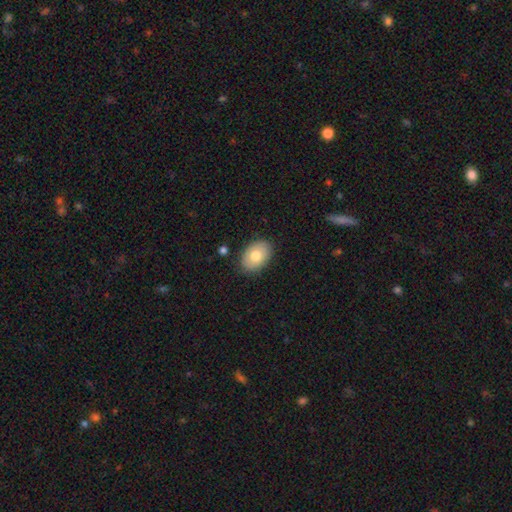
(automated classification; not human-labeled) Q: Smooth or featured?
A: smooth (76%); runner-up: featured or disk (17%)
Q: How rounded?
A: in between (84%); runner-up: round (15%)
Q: Merging?
A: none (86%); runner-up: minor disturbance (10%)